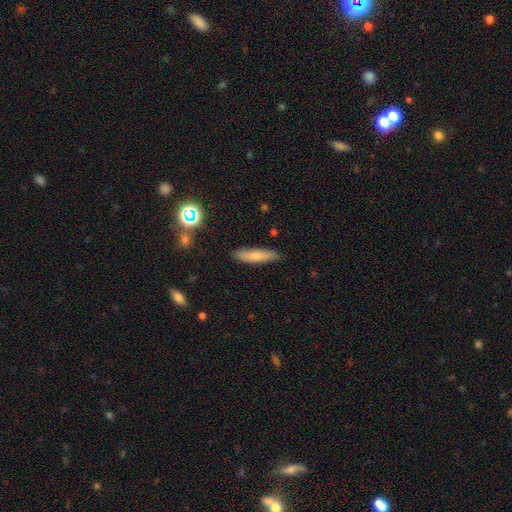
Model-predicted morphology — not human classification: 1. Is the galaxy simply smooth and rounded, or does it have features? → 74% smooth, 18% featured or disk, 8% star or artifact.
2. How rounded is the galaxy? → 79% cigar-shaped, 19% in between, 2% round.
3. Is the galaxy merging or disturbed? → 86% none, 10% minor disturbance, 2% major disturbance, 2% merger.